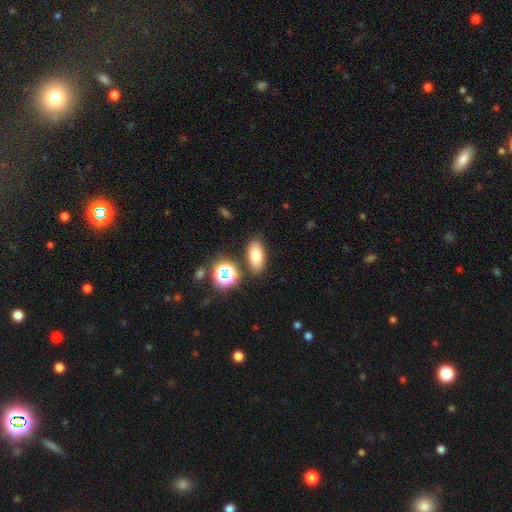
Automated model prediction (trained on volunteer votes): smooth 74%, star or artifact 14%, featured or disk 12%. Down the decision tree: how rounded — in between (81%); merging — none (83%).